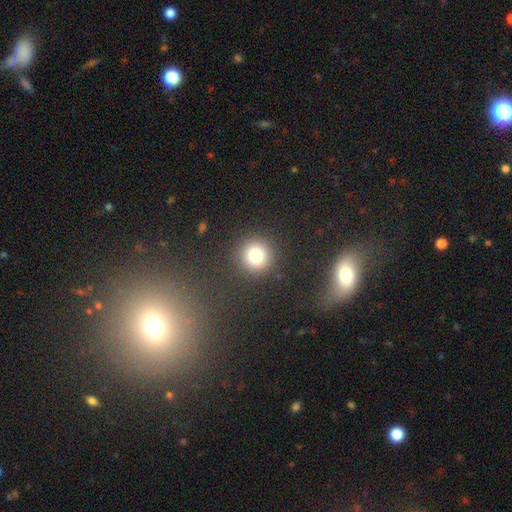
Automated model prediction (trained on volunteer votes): Morphology: type=smooth (79%); roundness=round (94%); merging=none (89%).